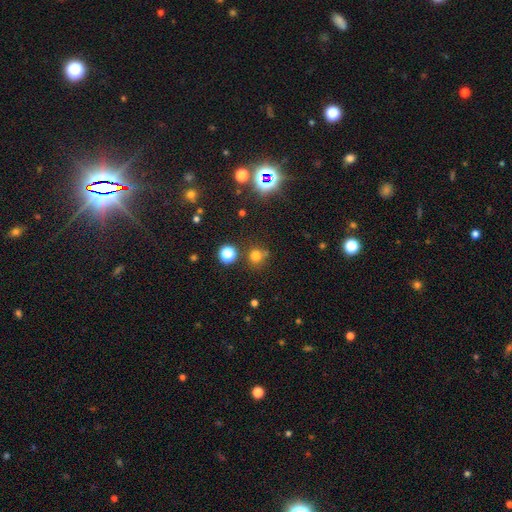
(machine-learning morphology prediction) A smooth galaxy with no disk features (70%) that is round (90%). Merging: none (73%).